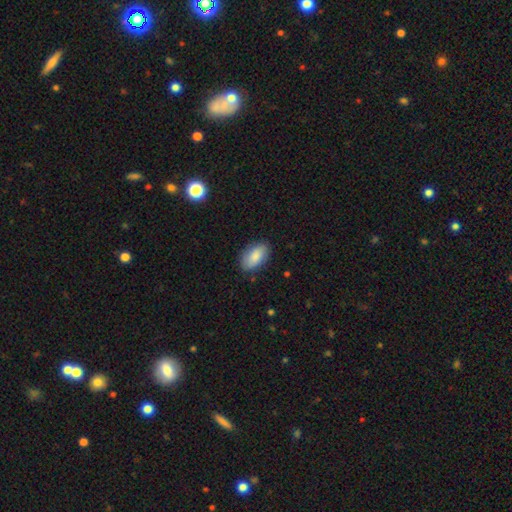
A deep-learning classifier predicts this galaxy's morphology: A smooth galaxy with no disk features (84%) that is in between round and cigar-shaped (93%). Merging: none (83%).